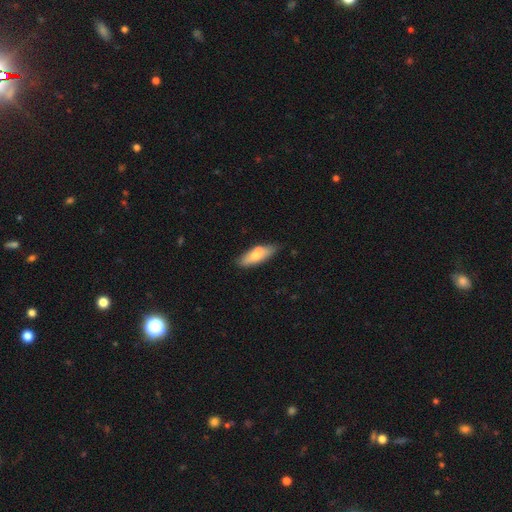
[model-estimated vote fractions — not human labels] Q: Smooth or featured?
A: smooth (70%); runner-up: featured or disk (24%)
Q: How rounded?
A: in between (57%); runner-up: cigar-shaped (41%)
Q: Merging?
A: none (65%); runner-up: minor disturbance (19%)